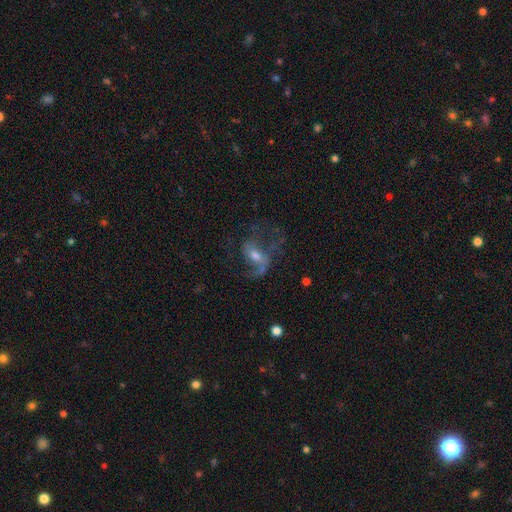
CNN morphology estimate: A featured or disk galaxy (71%) with a weak bar (43%), 2 (52%) loose (55%) spiral arms (82%) and a moderate central bulge (54%). Merging: none (42%).